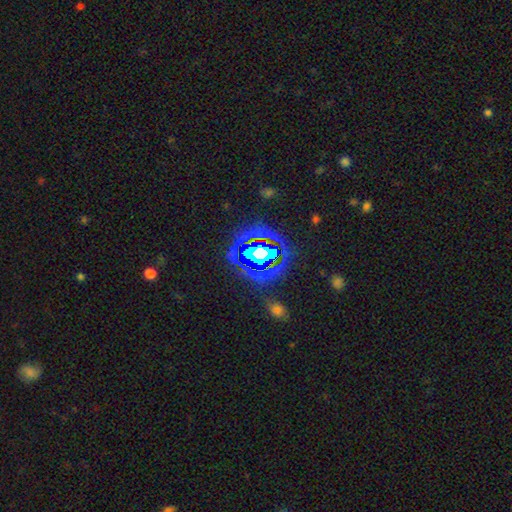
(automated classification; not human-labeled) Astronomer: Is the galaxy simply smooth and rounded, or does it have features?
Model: star or artifact — 71%.